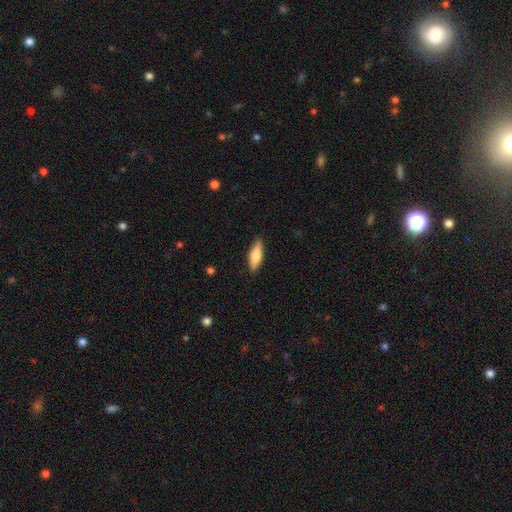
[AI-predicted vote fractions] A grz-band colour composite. It shows a smooth galaxy with no disk features (73%) that is in between round and cigar-shaped (55%). Merging: none (87%).